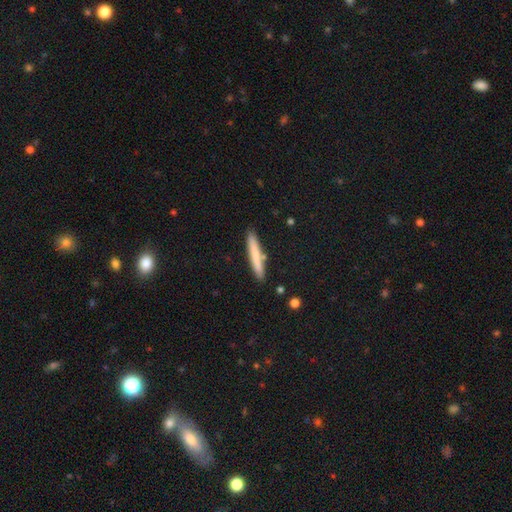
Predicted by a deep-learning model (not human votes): Q: Smooth or featured?
A: smooth (73%); runner-up: featured or disk (21%)
Q: How rounded?
A: cigar-shaped (95%); runner-up: in between (4%)
Q: Merging?
A: none (86%); runner-up: minor disturbance (9%)